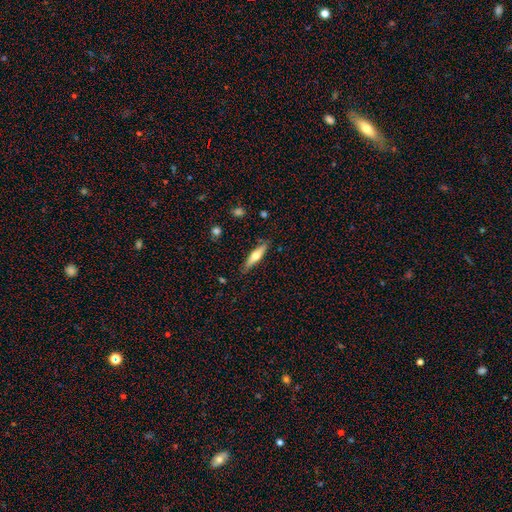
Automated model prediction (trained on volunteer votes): smooth 52%, featured or disk 42%, star or artifact 6%. Down the decision tree: how rounded — cigar-shaped (79%); merging — none (86%).